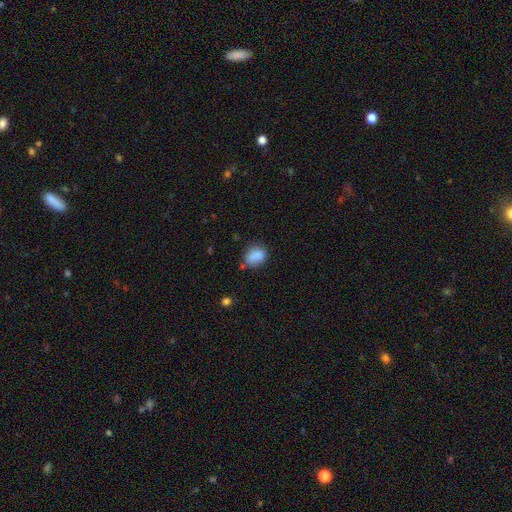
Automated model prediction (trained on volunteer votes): Smooth or featured? smooth (85%)
How rounded? in between (58%)
Merging? none (65%)